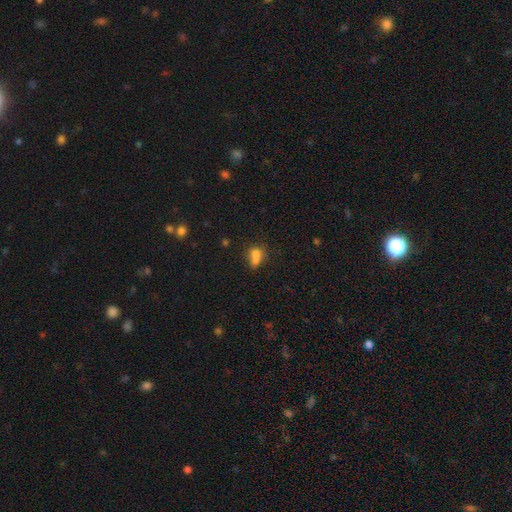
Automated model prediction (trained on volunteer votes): smooth 73%, featured or disk 14%, star or artifact 13%. Down the decision tree: how rounded — in between (54%); merging — merger (52%).